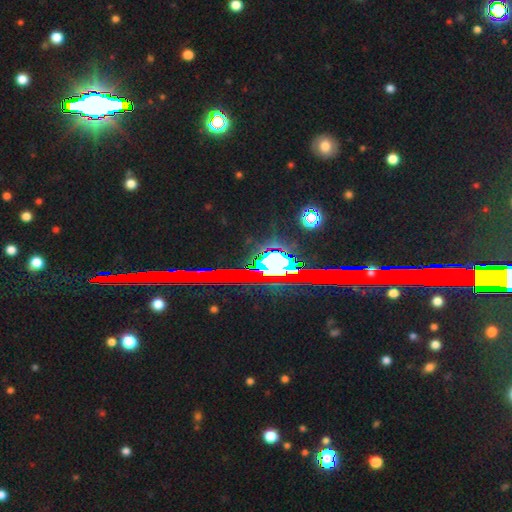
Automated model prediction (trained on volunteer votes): smooth-or-featured: star or artifact: 75% | featured or disk: 15% | smooth: 9%